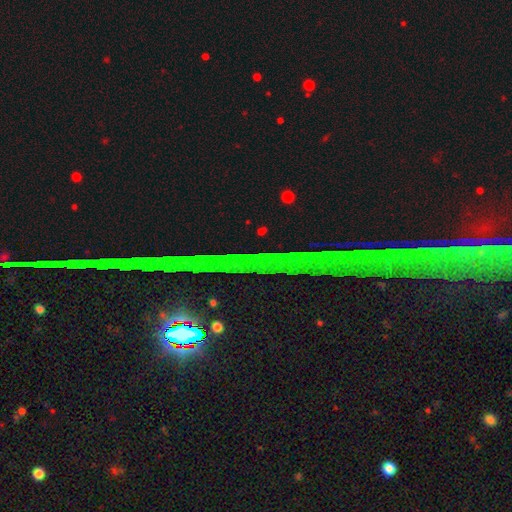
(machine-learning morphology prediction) type=star or artifact (86%).